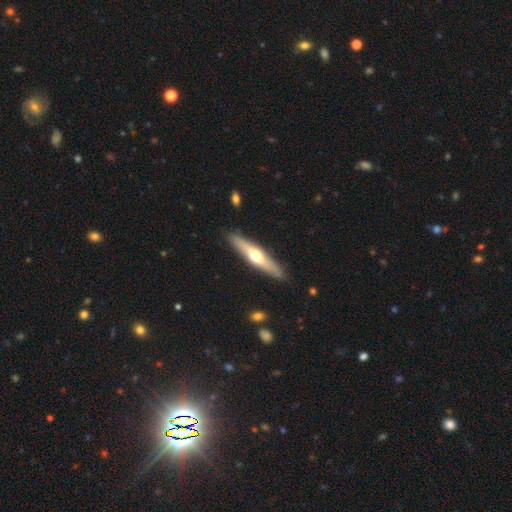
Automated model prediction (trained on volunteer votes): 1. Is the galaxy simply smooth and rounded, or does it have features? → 56% featured or disk, 39% smooth, 5% star or artifact.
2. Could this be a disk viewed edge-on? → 90% yes, 10% no.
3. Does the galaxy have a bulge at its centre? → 91% rounded, 6% none, 3% boxy.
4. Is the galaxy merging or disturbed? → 89% none, 8% minor disturbance, 2% major disturbance, 1% merger.